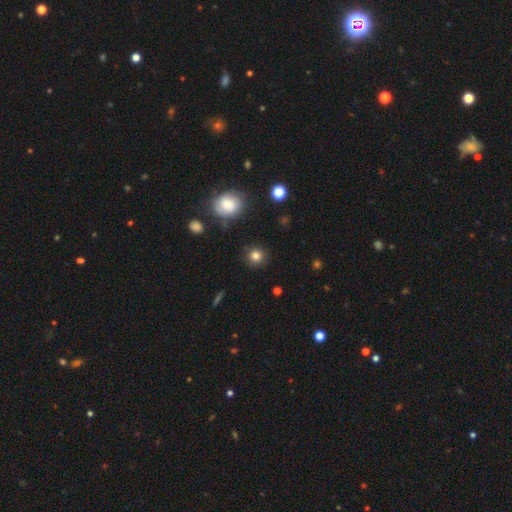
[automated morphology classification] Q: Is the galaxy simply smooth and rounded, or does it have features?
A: smooth — 82%.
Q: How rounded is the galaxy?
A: round — 93%.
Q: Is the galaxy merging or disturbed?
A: none — 89%.